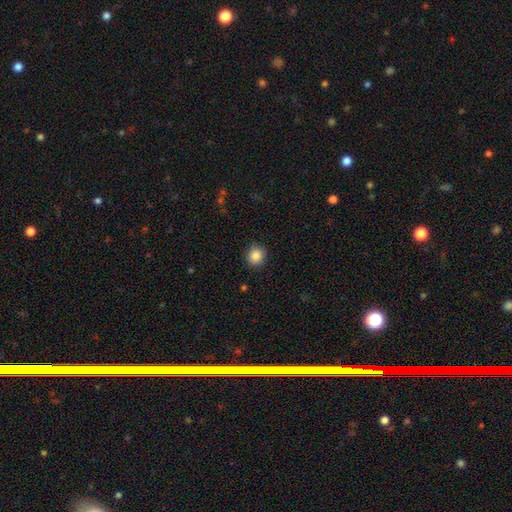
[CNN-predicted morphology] Smooth or featured: smooth — 87% (star or artifact — 9%)
How rounded: round — 89% (in between — 11%)
Merging: none — 90% (minor disturbance — 7%)